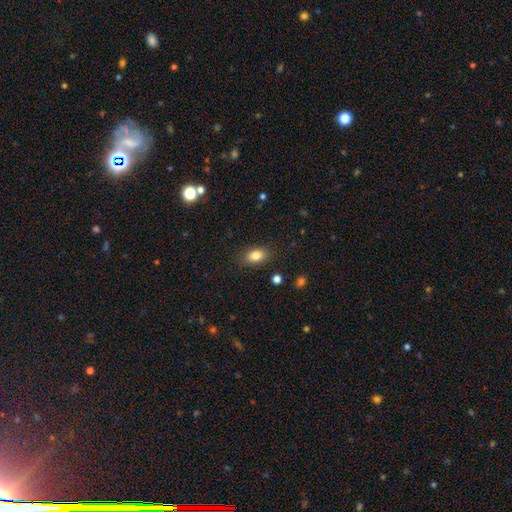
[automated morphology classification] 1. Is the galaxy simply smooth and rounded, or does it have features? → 85% smooth, 9% star or artifact, 7% featured or disk.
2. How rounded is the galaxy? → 86% in between, 11% round, 3% cigar-shaped.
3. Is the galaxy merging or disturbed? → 85% none, 11% minor disturbance, 3% major disturbance, 1% merger.